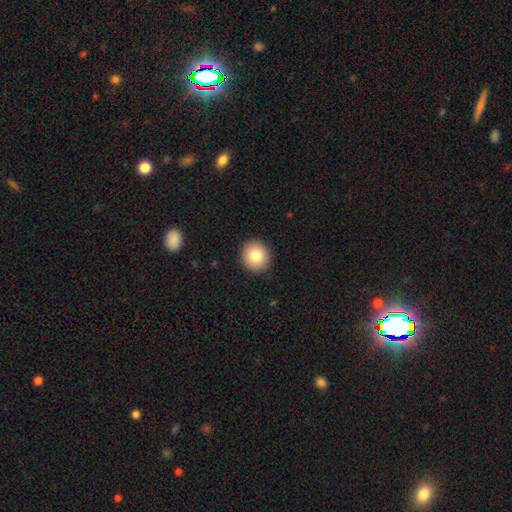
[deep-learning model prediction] smooth-or-featured: smooth: 82% | star or artifact: 9% | featured or disk: 9%
  how-rounded: round: 89% | in between: 10% | cigar-shaped: 1%
  merging: none: 92% | minor disturbance: 5% | major disturbance: 2% | merger: 1%